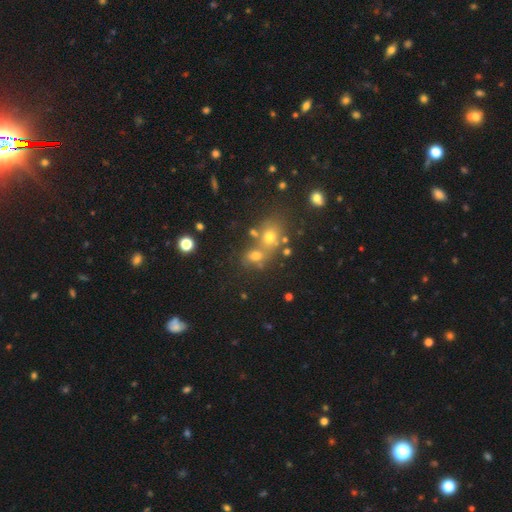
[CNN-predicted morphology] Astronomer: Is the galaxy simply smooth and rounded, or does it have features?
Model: smooth — 63%.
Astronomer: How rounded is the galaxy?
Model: round — 57% (runner-up: in between, 41%).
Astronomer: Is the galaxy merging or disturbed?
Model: none — 42%, tied with merger at 42%.